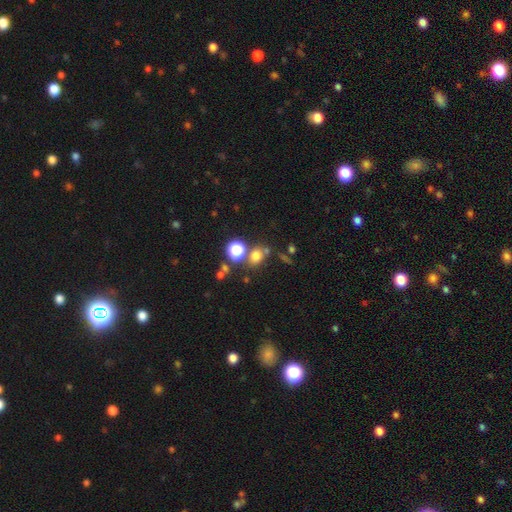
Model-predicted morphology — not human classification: The model was most divided on "how rounded": round: 62%, in between: 37%, cigar-shaped: 1%. More confident: smooth or featured — smooth (69%); merging — none (63%).